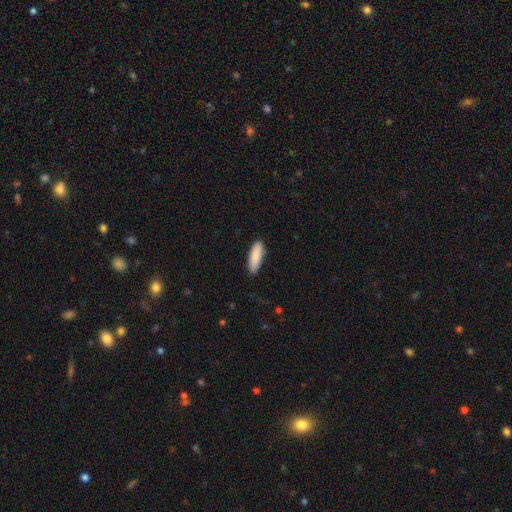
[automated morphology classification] Smooth or featured? smooth (89%)
How rounded? in between (51%)
Merging? none (88%)